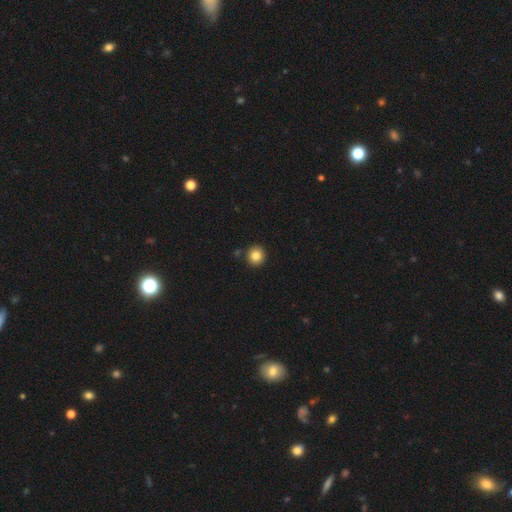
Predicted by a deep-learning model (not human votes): Smooth or featured: smooth — 83% (star or artifact — 10%)
How rounded: round — 92% (in between — 7%)
Merging: none — 90% (minor disturbance — 6%)